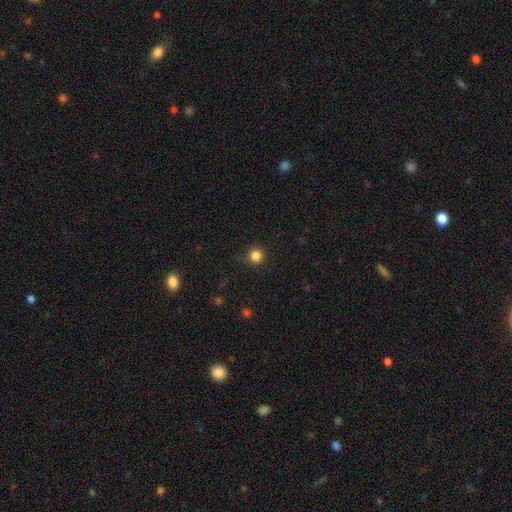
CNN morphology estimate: A smooth galaxy with no disk features (84%) that is round (93%).

Vote fractions:
- Smooth or featured? smooth: 84% / star or artifact: 12% / featured or disk: 4%
- How rounded? round: 93% / in between: 6% / cigar-shaped: 1%
- Merging? none: 88% / minor disturbance: 9% / major disturbance: 3% / merger: 1%